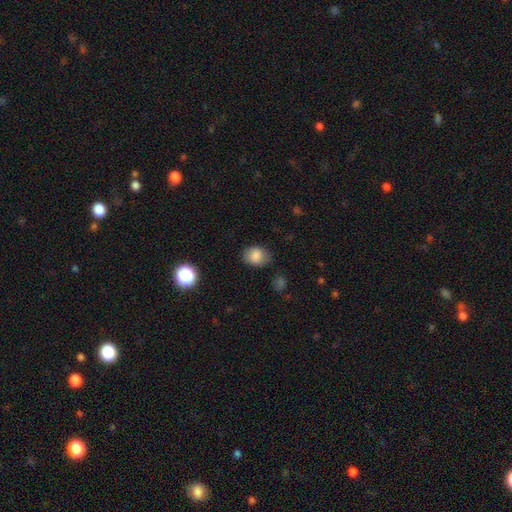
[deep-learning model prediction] Overall: smooth (83%). How rounded: in between (61%; round 38%). Merging: none (77%).